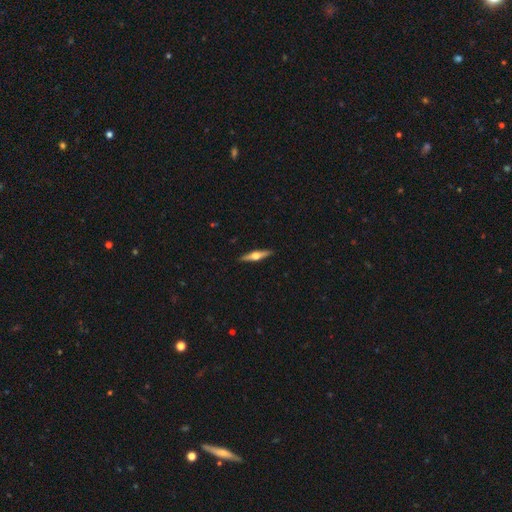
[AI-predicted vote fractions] A featured or disk galaxy (70%) viewed edge-on (98%) with a rounded central bulge (95%).

Vote fractions:
- Smooth or featured? featured or disk: 70% / smooth: 25% / star or artifact: 5%
- Edge-on disk? yes: 98% / no: 2%
- Edge-on bulge? rounded: 95% / boxy: 3% / none: 2%
- Merging? none: 92% / minor disturbance: 6% / major disturbance: 1% / merger: 1%